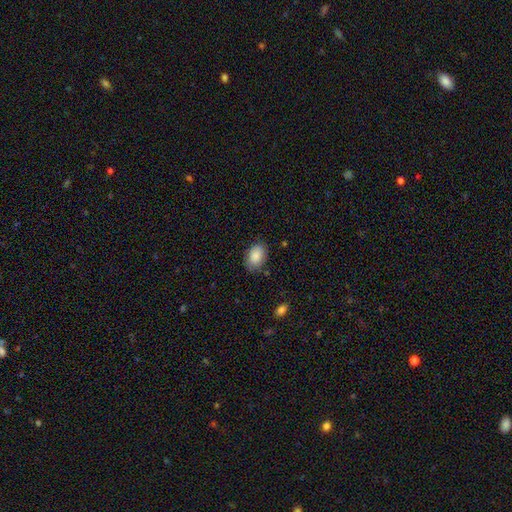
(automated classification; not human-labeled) A smooth galaxy with no disk features (87%) that is in between round and cigar-shaped (83%). Merging: none (78%).